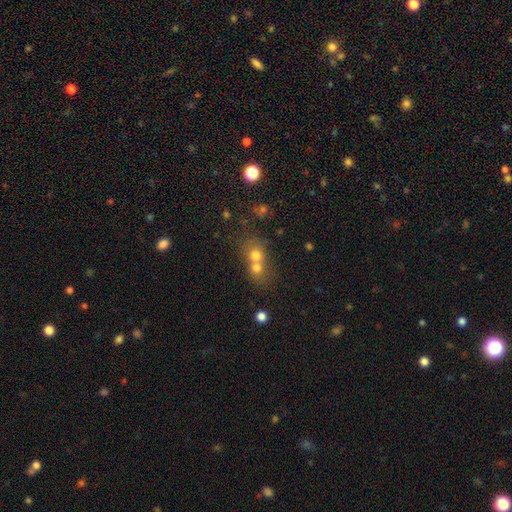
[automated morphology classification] smooth-or-featured: smooth: 69% | featured or disk: 16% | star or artifact: 15%
  how-rounded: round: 74% | in between: 24% | cigar-shaped: 1%
  merging: merger: 66% | none: 26% | minor disturbance: 5% | major disturbance: 3%